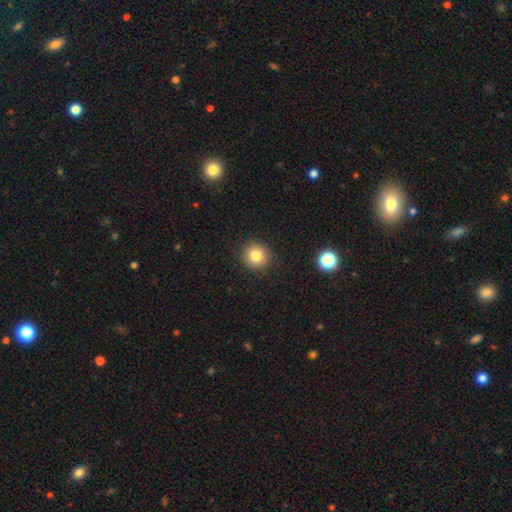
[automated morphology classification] This appears to be a smooth galaxy with no disk features (81%) that is round (92%). Merging: none (89%).